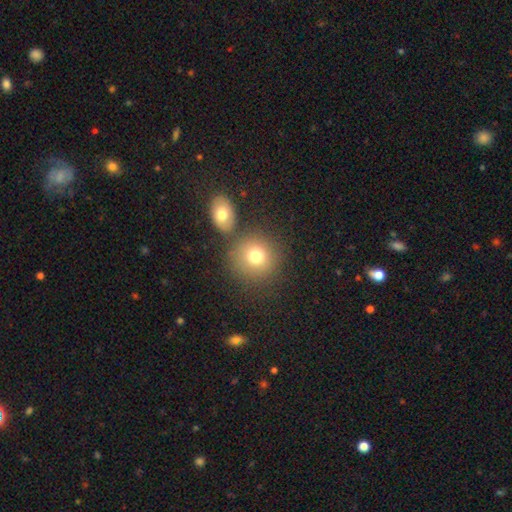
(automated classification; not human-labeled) Smooth or featured? smooth (75%)
How rounded? round (87%)
Merging? none (71%)